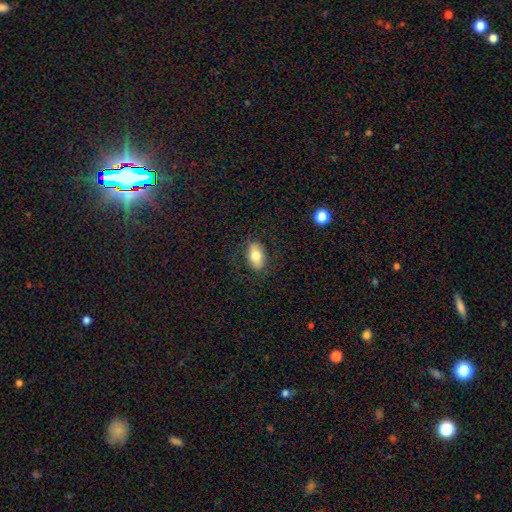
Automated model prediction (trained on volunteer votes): The model was most divided on "smooth or featured": smooth: 74%, featured or disk: 19%, star or artifact: 7%. More confident: how rounded — in between (91%); merging — none (81%).